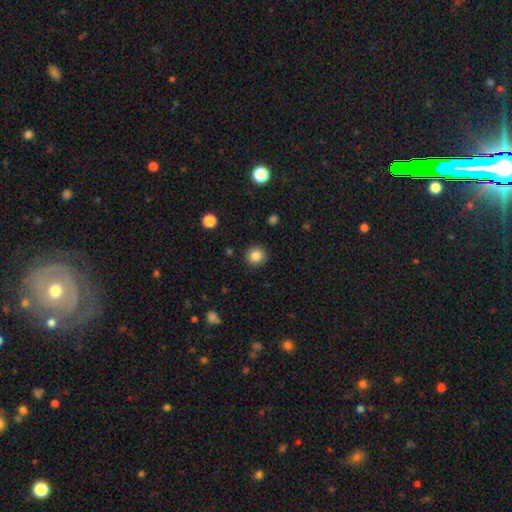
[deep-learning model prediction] smooth_or_featured: smooth (p=0.84) [alt: star or artifact p=0.11]
how_rounded: round (p=0.92) [alt: in between p=0.07]
merging: none (p=0.91) [alt: minor disturbance p=0.06]